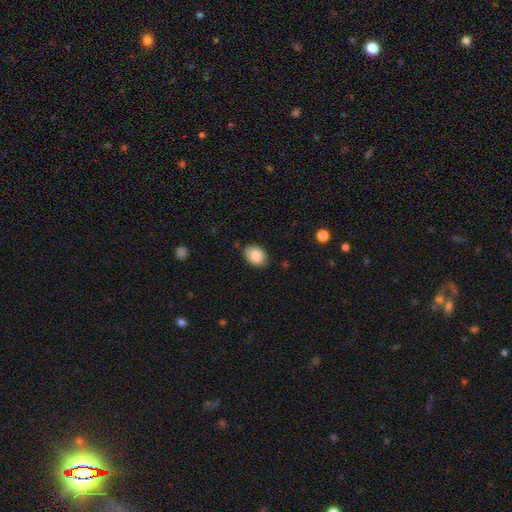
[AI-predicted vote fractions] Smooth or featured? smooth (86%)
How rounded? in between (79%)
Merging? none (81%)